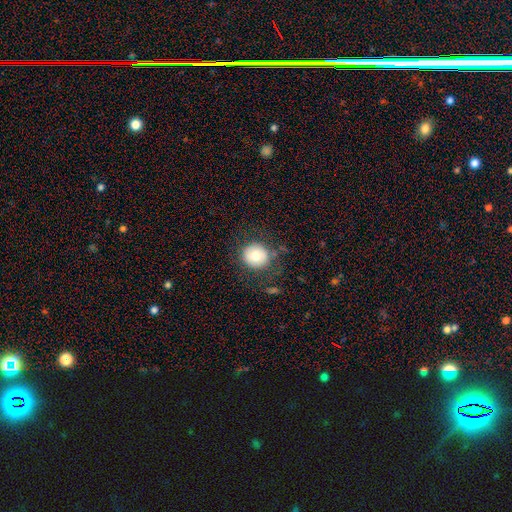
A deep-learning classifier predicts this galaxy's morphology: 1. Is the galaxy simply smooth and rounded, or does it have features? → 75% smooth, 16% featured or disk, 9% star or artifact.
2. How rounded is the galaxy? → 90% round, 9% in between, 1% cigar-shaped.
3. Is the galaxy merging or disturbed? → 79% none, 13% minor disturbance, 7% major disturbance, 2% merger.